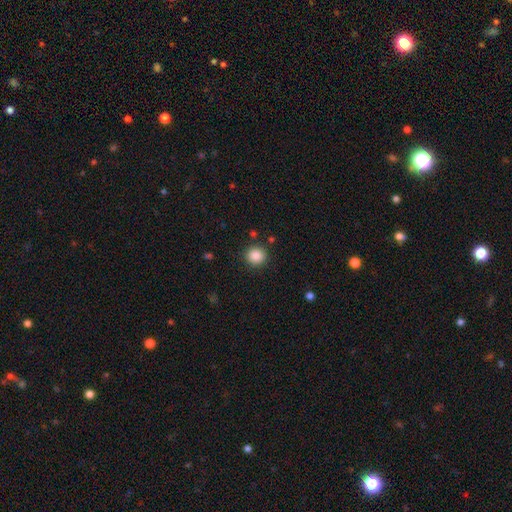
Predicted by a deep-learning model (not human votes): The model was most divided on "smooth or featured": smooth: 87%, star or artifact: 10%, featured or disk: 3%. More confident: how rounded — round (91%); merging — none (89%).